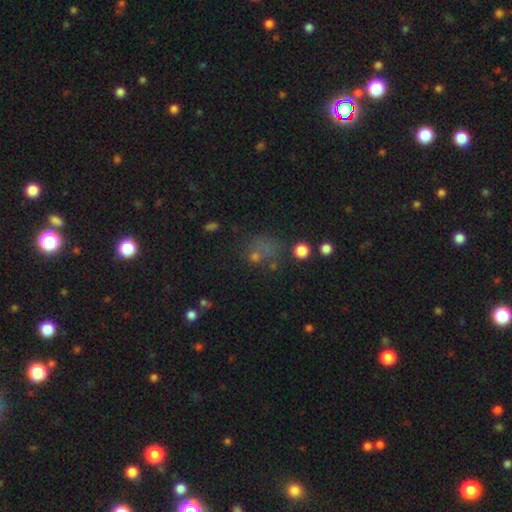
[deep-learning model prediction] Morphology: type=smooth (50%); merging=none (50%).